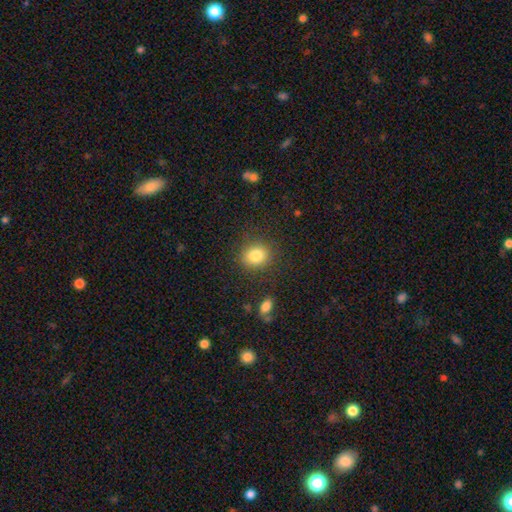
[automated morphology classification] Smooth or featured? Predicted: smooth (p=0.83). How rounded? Predicted: round (p=0.72). Merging? Predicted: none (p=0.86).